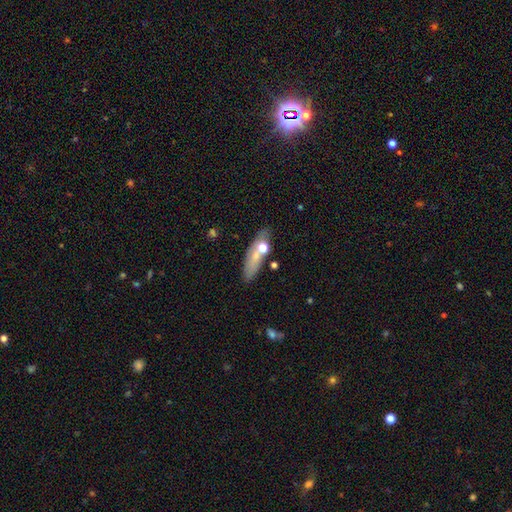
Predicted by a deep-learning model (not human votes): smooth-or-featured: smooth: 58% | featured or disk: 32% | star or artifact: 10%
  how-rounded: cigar-shaped: 52% | in between: 43% | round: 6%
  merging: none: 70% | minor disturbance: 15% | merger: 11% | major disturbance: 5%